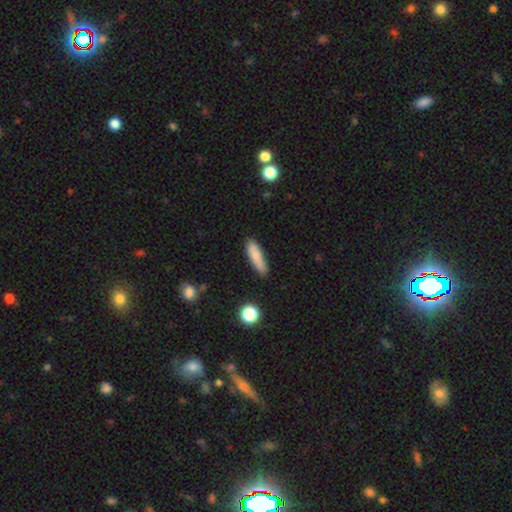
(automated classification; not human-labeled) This appears to be a smooth galaxy with no disk features (80%) that is cigar-shaped (65%). Merging: none (78%).